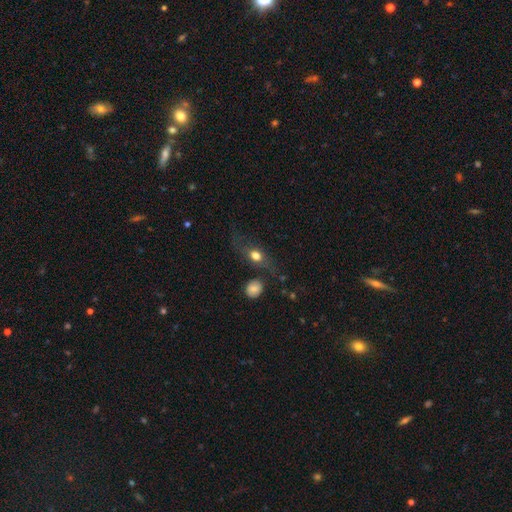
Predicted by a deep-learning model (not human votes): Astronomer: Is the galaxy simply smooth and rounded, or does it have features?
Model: smooth — 59%.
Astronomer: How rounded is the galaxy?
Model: in between — 52% (runner-up: round, 31%).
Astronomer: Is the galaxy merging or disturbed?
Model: none — 55%.